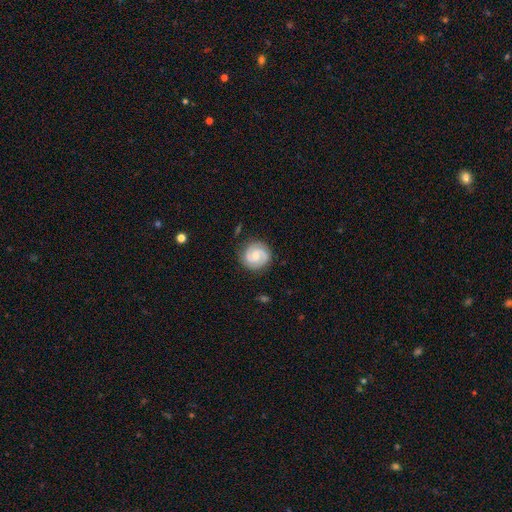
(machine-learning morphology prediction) A featured or disk galaxy (81%) with no bar (53%), 2 (88%) tight (59%) spiral arms (97%) and a moderate central bulge (46%, tied with small).

Vote fractions:
- Smooth or featured? featured or disk: 81% / smooth: 14% / star or artifact: 6%
- Edge-on disk? no: 98% / yes: 2%
- Bar? no: 53% / weak: 39% / strong: 8%
- Spiral arms? yes: 97% / no: 3%
- Spiral winding? tight: 59% / medium: 34% / loose: 6%
- Spiral arm count? 2: 88% / 3: 4% / can't tell: 4% / 1: 2% / 4: 1% / more than 4: 1%
- Bulge size? moderate: 46% (tied) / small: 46% (tied) / none: 5% / large: 2% / dominant: 1%
- Merging? none: 85% / minor disturbance: 11% / major disturbance: 3% / merger: 1%